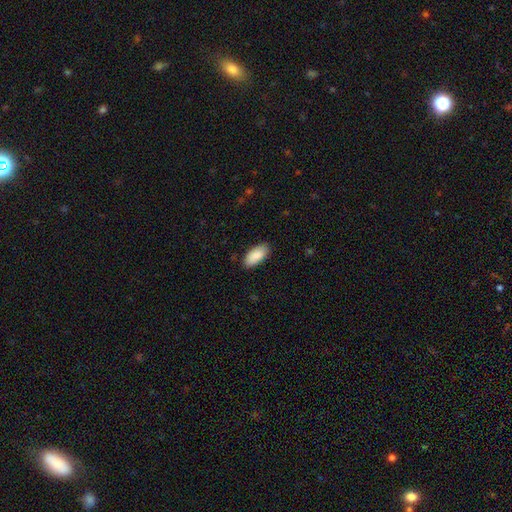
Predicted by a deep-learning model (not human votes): Smooth or featured?
  - smooth: 90% *
  - star or artifact: 6%
  - featured or disk: 5%
How rounded?
  - in between: 91% *
  - cigar-shaped: 7%
  - round: 2%
Merging?
  - none: 86% *
  - minor disturbance: 11%
  - major disturbance: 2%
  - merger: 1%